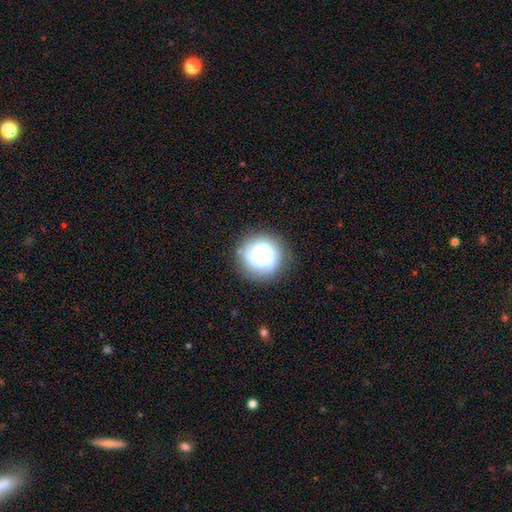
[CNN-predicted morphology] smooth-or-featured: featured or disk: 50% | smooth: 40% | star or artifact: 10%
  disk-edge-on: no: 97% | yes: 3%
  merging: none: 84% | minor disturbance: 11% | major disturbance: 4% | merger: 1%